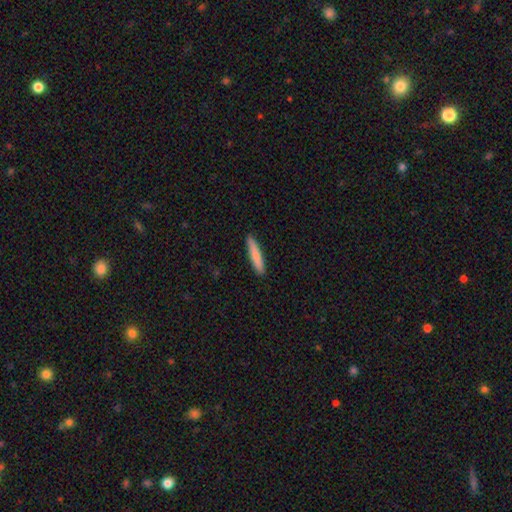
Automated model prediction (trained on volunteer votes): Morphology: type=smooth (82%); roundness=cigar-shaped (92%); merging=none (91%).